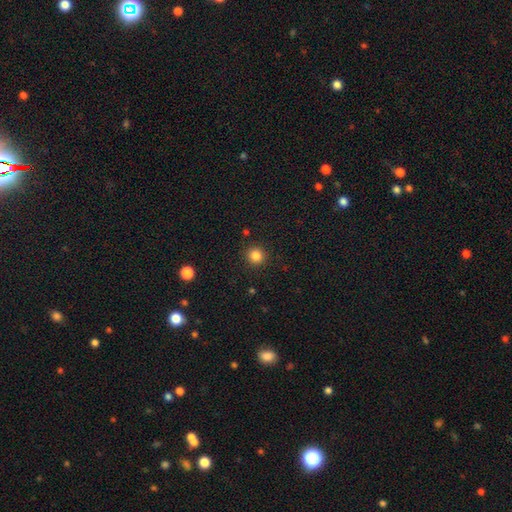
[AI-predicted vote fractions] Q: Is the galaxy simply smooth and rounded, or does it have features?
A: smooth — 84%.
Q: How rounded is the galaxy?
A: round — 92%.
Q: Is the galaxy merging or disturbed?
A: none — 90%.